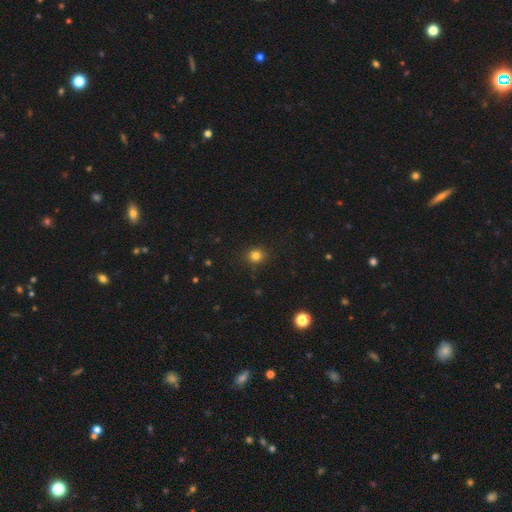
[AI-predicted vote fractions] smooth_or_featured: smooth (p=0.81) [alt: star or artifact p=0.14]
how_rounded: round (p=0.83) [alt: in between p=0.16]
merging: none (p=0.89) [alt: minor disturbance p=0.08]